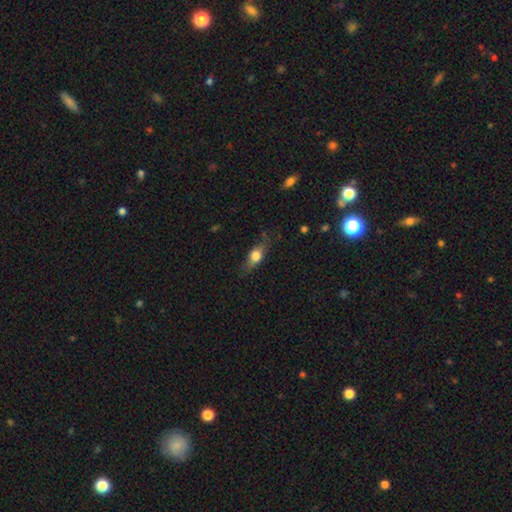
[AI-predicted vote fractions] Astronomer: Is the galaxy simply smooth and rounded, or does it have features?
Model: smooth — 64%.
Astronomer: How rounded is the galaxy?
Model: in between — 65%.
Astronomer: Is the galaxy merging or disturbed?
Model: none — 73%.